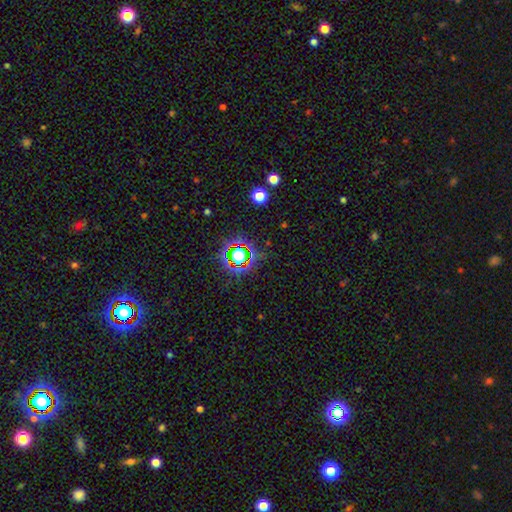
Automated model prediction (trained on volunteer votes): A star or artifact, not a galaxy (76%).